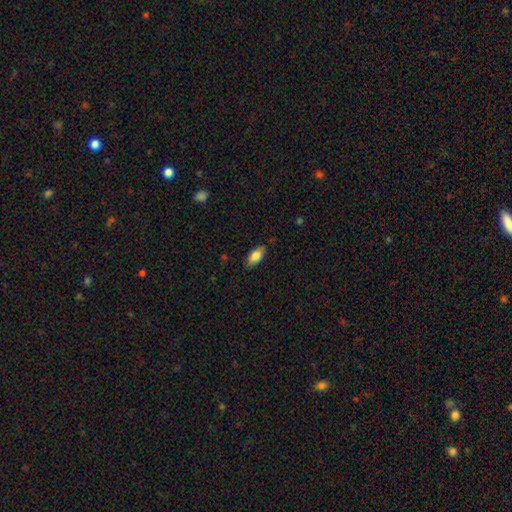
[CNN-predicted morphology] Smooth or featured? Predicted: smooth (p=0.82). How rounded? Predicted: in between (p=0.90). Merging? Predicted: none (p=0.85).